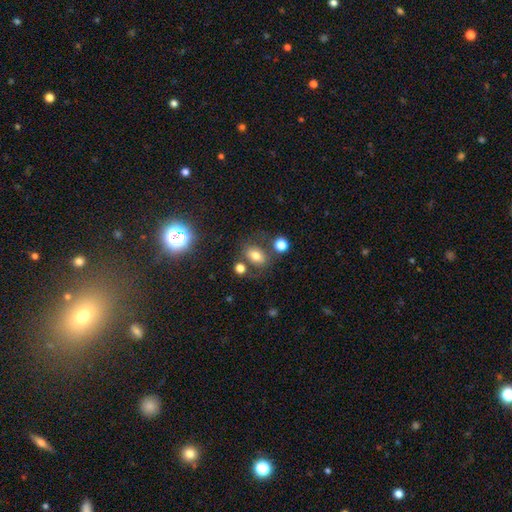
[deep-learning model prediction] smooth_or_featured: smooth (p=0.69) [alt: featured or disk p=0.16]
how_rounded: in between (p=0.72) [alt: round p=0.26]
merging: none (p=0.65) [alt: minor disturbance p=0.15]